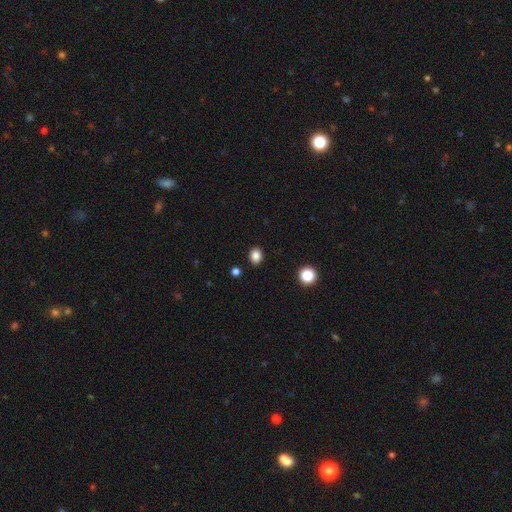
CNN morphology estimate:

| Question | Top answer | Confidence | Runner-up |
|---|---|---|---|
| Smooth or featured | smooth | 85% | star or artifact (11%) |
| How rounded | round | 54% | in between (45%) |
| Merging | none | 89% | minor disturbance (7%) |